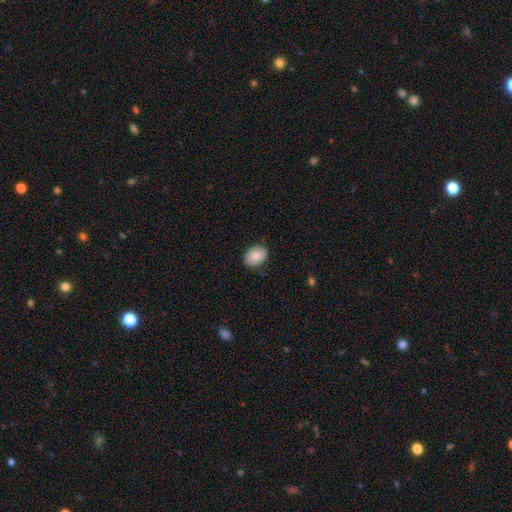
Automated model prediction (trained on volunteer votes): smooth_or_featured: smooth (p=0.76) [alt: featured or disk p=0.16]
how_rounded: in between (p=0.67) [alt: round p=0.32]
merging: none (p=0.85) [alt: minor disturbance p=0.11]